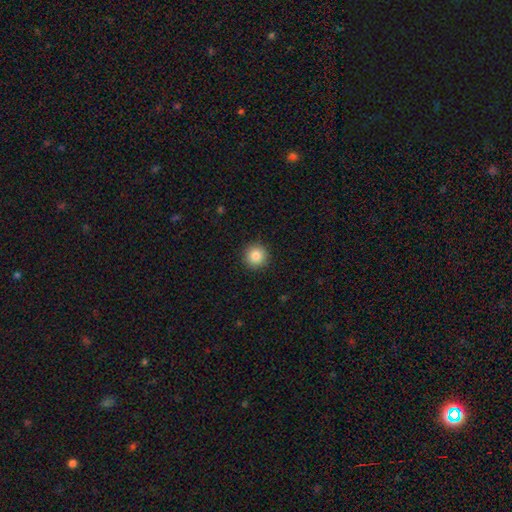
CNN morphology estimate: smooth_or_featured: smooth (p=0.86) [alt: star or artifact p=0.09]
how_rounded: round (p=0.95) [alt: in between p=0.04]
merging: none (p=0.92) [alt: minor disturbance p=0.05]